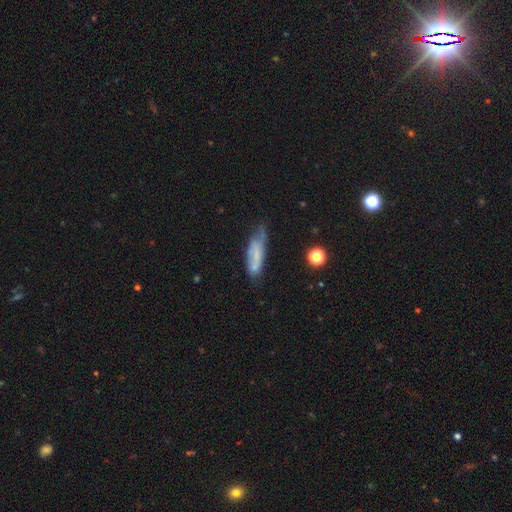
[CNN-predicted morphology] Smooth or featured: smooth — 52% (featured or disk — 37%)
How rounded: cigar-shaped — 57% (in between — 41%)
Merging: none — 42% (minor disturbance — 33%)